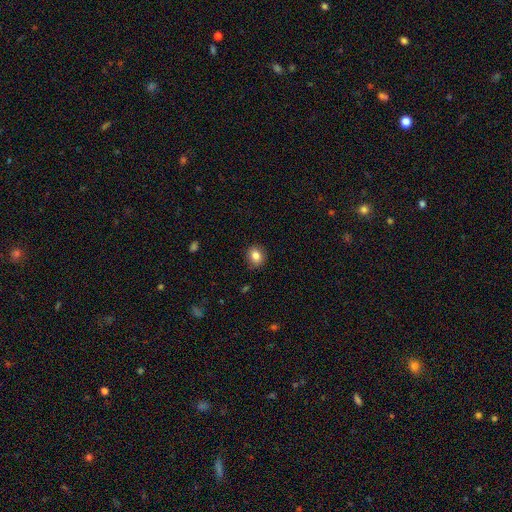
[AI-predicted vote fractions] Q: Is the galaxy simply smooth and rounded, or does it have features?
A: smooth — 83%.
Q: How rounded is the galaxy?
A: round — 66%.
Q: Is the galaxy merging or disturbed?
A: none — 90%.